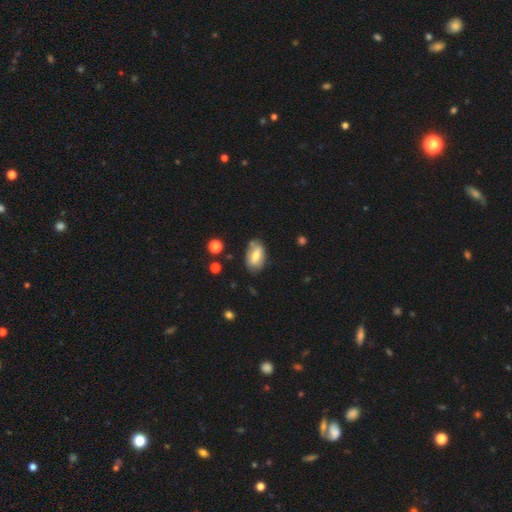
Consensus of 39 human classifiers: A smooth galaxy with no disk features (64%) that is in between round and cigar-shaped (92%).

Vote fractions:
- Smooth or featured? smooth: 64% / featured or disk: 28% / star or artifact: 8%
- How rounded? in between: 92% / round: 4% / cigar-shaped: 4%
- Merging? none: 75% / minor disturbance: 19% / merger: 6% / major disturbance: 0%